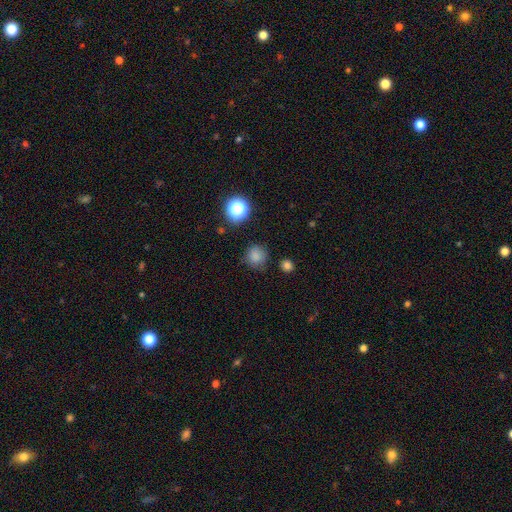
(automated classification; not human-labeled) This is clearly a smooth galaxy (80%). How rounded: clearly round (90%). Merging: likely none (79%).